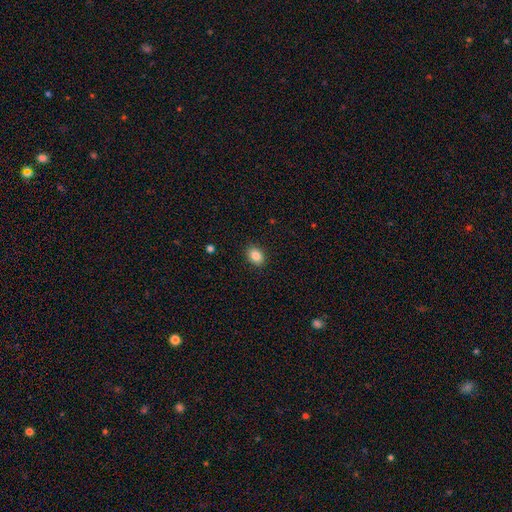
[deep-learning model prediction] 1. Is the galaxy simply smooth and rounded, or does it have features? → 86% smooth, 9% star or artifact, 5% featured or disk.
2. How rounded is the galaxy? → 72% in between, 27% round, 1% cigar-shaped.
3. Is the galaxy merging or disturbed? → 89% none, 8% minor disturbance, 2% major disturbance, 1% merger.